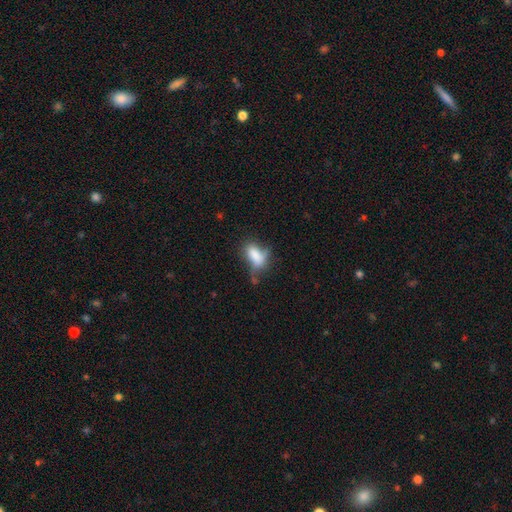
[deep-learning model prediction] The model was most divided on "merging" (2-way tie): none: 31%, minor disturbance: 31%, major disturbance: 25%, merger: 12%. More confident: how rounded — in between (86%); smooth or featured — smooth (74%).